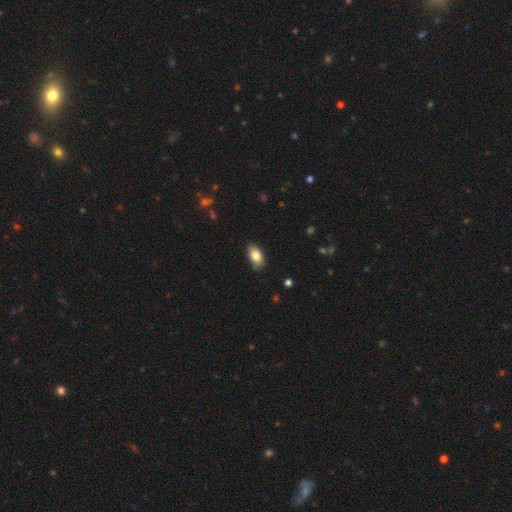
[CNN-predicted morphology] This appears to be a smooth galaxy with no disk features (82%) that is in between round and cigar-shaped (93%). Merging: none (83%).